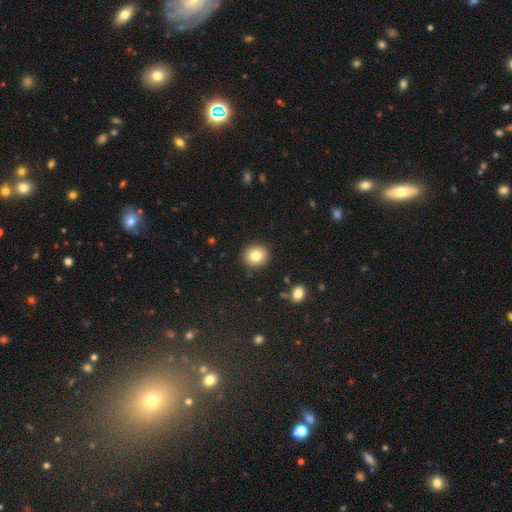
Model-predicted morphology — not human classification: Q: Smooth or featured?
A: smooth (81%); runner-up: star or artifact (10%)
Q: How rounded?
A: round (82%); runner-up: in between (17%)
Q: Merging?
A: none (90%); runner-up: minor disturbance (7%)